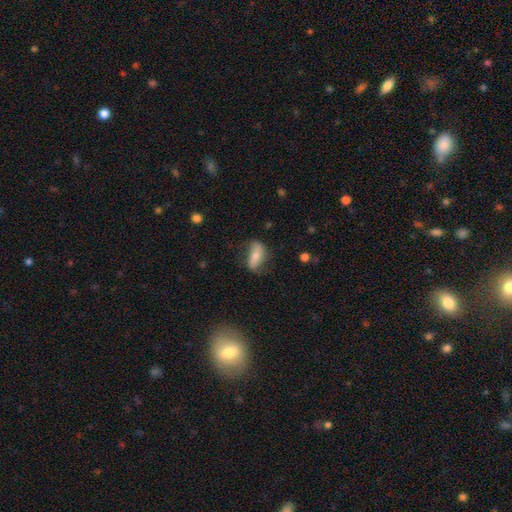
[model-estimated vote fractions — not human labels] A smooth galaxy with no disk features (50%) that is in between round and cigar-shaped (78%). Merging: none (62%).